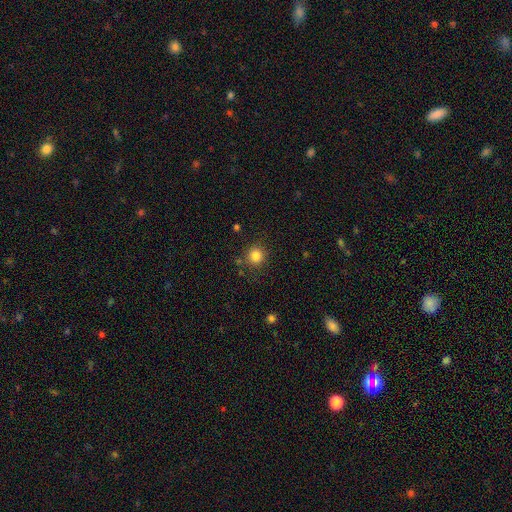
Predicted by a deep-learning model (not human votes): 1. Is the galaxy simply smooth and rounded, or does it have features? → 83% smooth, 12% star or artifact, 5% featured or disk.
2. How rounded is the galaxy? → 92% round, 7% in between, 1% cigar-shaped.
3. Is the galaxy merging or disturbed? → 84% none, 9% minor disturbance, 3% major disturbance, 3% merger.